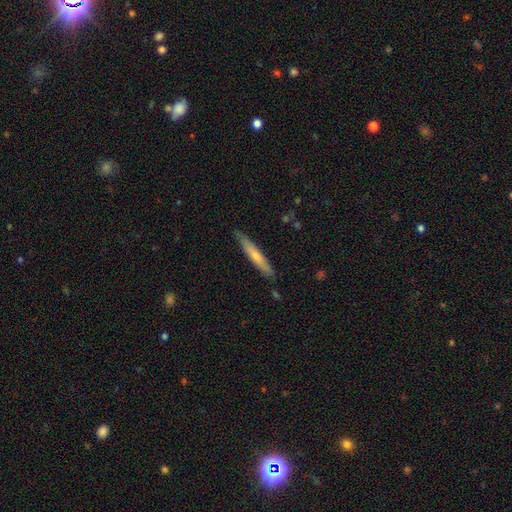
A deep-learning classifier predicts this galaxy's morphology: smooth 58%, featured or disk 36%, star or artifact 5%. Down the decision tree: how rounded — cigar-shaped (94%); merging — none (84%).